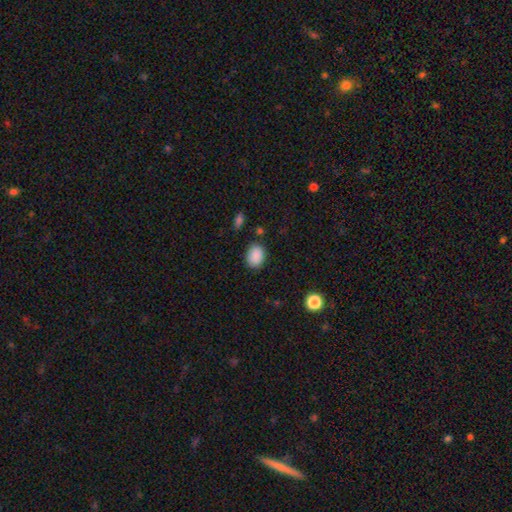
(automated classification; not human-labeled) Smooth or featured? smooth (89%)
How rounded? in between (67%)
Merging? none (83%)